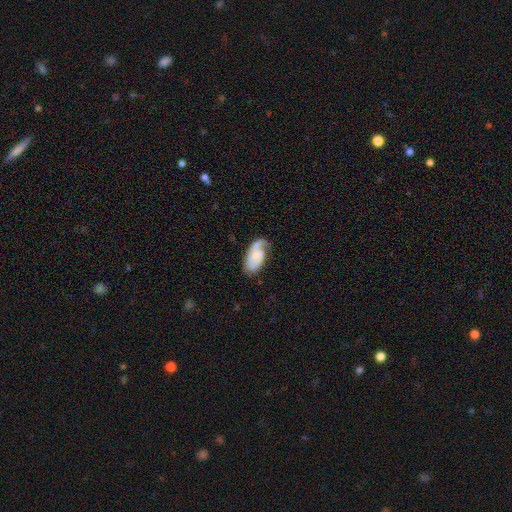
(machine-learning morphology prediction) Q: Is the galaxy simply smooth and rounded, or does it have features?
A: featured or disk — 63%.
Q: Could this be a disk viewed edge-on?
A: no — 96%.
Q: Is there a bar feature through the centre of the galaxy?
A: no — 63%.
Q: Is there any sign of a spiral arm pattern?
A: yes — 91%.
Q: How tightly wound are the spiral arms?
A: medium — 40%.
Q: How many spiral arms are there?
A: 1 — 43%, tied with 2.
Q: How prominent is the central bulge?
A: none — 38%.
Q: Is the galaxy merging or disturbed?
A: none — 54%.